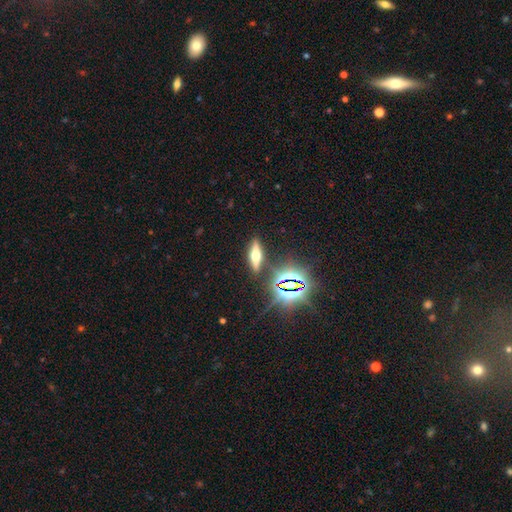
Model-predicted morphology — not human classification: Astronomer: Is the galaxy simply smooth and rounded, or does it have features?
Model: featured or disk — 44% (runner-up: smooth, 31%).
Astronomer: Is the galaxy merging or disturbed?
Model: none — 85%.